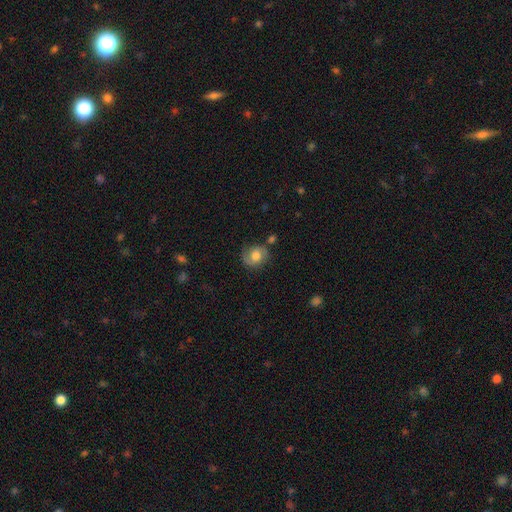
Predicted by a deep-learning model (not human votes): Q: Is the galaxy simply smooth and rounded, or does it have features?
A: featured or disk — 53%.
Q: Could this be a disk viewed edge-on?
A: no — 97%.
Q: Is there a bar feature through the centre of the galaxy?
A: no — 63%.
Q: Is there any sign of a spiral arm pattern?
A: yes — 88%.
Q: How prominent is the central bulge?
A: moderate — 53%.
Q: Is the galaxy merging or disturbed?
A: none — 70%.